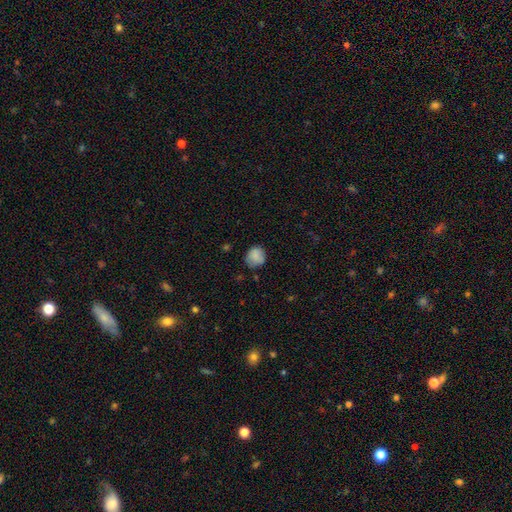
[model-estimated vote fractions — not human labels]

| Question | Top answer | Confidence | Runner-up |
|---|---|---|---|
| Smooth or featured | smooth | 84% | star or artifact (9%) |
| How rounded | round | 77% | in between (22%) |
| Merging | none | 71% | minor disturbance (22%) |